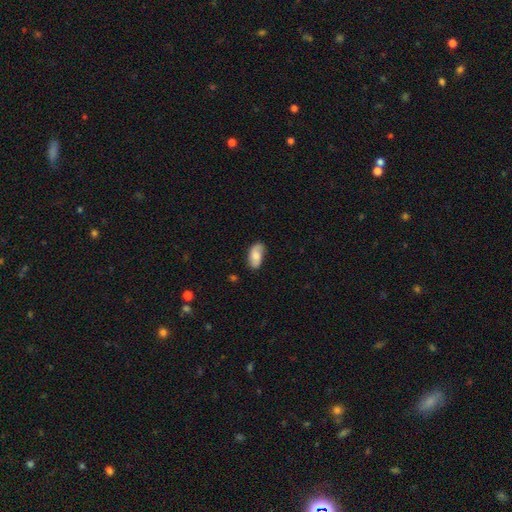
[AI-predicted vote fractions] smooth 69%, featured or disk 24%, star or artifact 7%. Down the decision tree: how rounded — in between (94%); merging — none (71%).